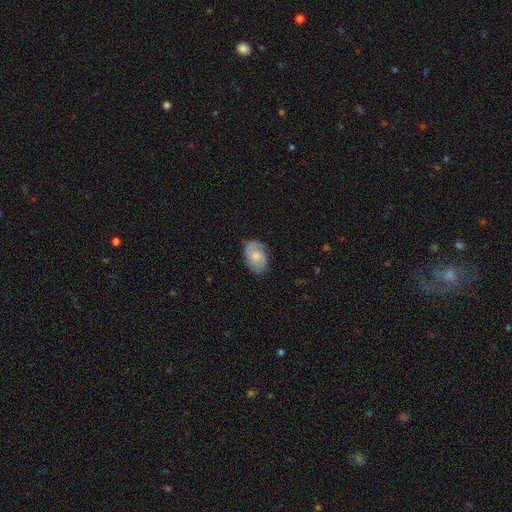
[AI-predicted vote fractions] This is possibly a featured or disk galaxy (49%). Merging: likely none (76%).